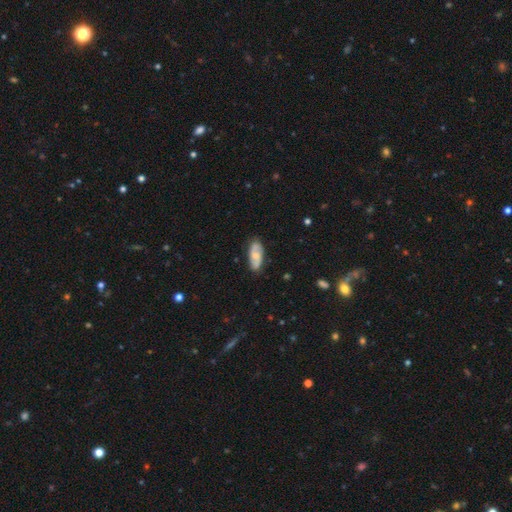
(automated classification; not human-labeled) smooth_or_featured: smooth (p=0.48) [alt: featured or disk p=0.46]
merging: none (p=0.81) [alt: minor disturbance p=0.14]